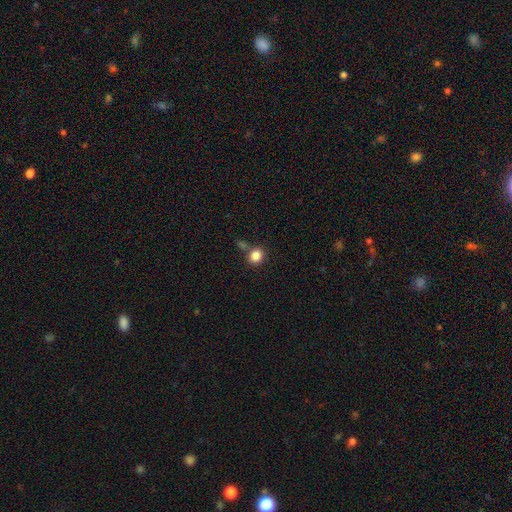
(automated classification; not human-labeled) A smooth galaxy with no disk features (85%) that is round (82%). Merging: none (68%).